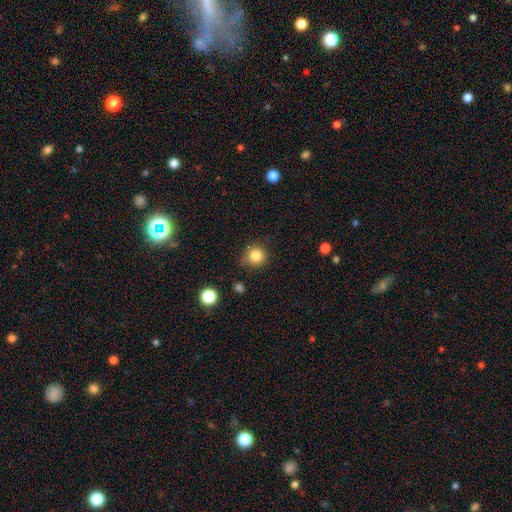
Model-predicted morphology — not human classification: smooth_or_featured: smooth (p=0.84) [alt: star or artifact p=0.11]
how_rounded: round (p=0.91) [alt: in between p=0.08]
merging: none (p=0.79) [alt: minor disturbance p=0.15]